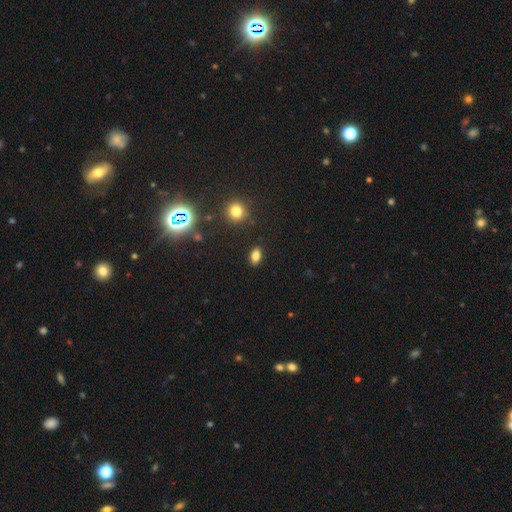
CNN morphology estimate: Smooth or featured?
  - smooth: 79% *
  - star or artifact: 14%
  - featured or disk: 7%
How rounded?
  - in between: 86% *
  - round: 11%
  - cigar-shaped: 3%
Merging?
  - none: 88% *
  - minor disturbance: 8%
  - major disturbance: 2%
  - merger: 2%